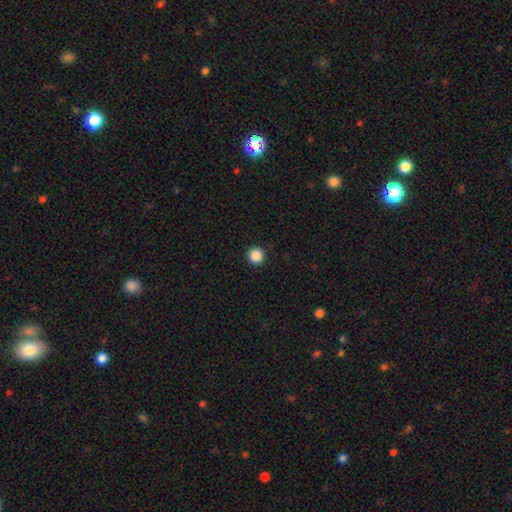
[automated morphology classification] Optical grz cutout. It shows a smooth galaxy with no disk features (87%) that is round (96%). Merging: none (94%).